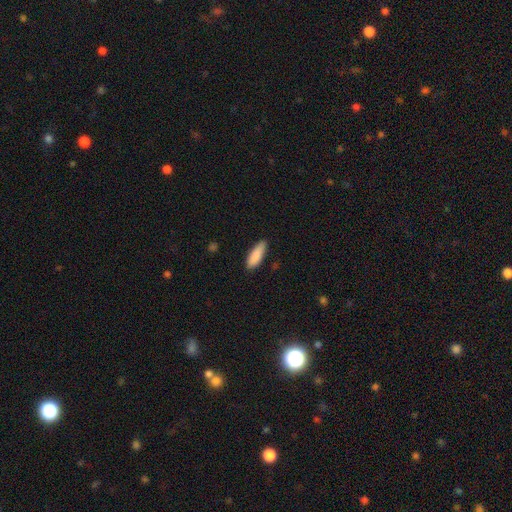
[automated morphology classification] Smooth or featured: smooth — 88% (featured or disk — 6%)
How rounded: in between — 57% (cigar-shaped — 41%)
Merging: none — 81% (minor disturbance — 16%)